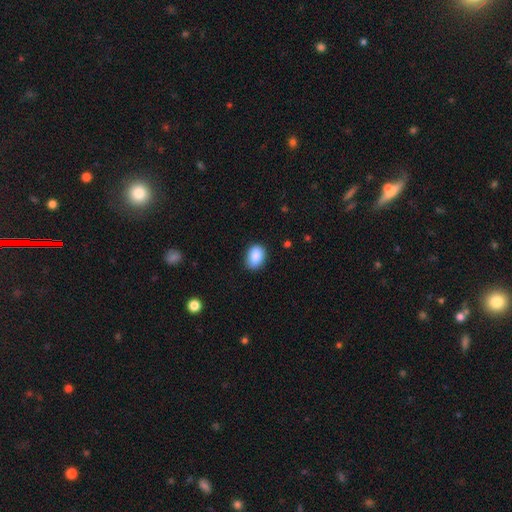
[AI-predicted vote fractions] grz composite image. It shows a smooth galaxy with no disk features (88%) that is in between round and cigar-shaped (81%). Merging: none (78%).